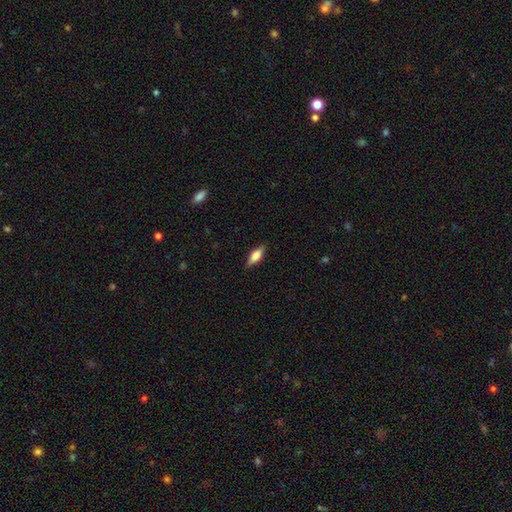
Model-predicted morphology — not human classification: Q: Smooth or featured?
A: smooth (71%); runner-up: featured or disk (22%)
Q: How rounded?
A: in between (68%); runner-up: cigar-shaped (29%)
Q: Merging?
A: none (84%); runner-up: minor disturbance (12%)